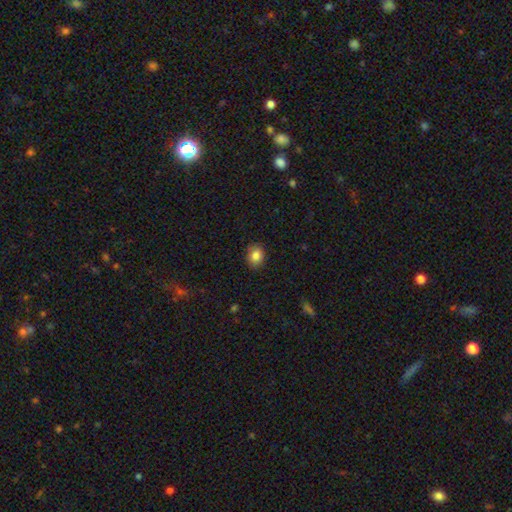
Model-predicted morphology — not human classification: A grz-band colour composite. It shows a smooth galaxy with no disk features (84%) that is round (53%). Merging: none (86%).